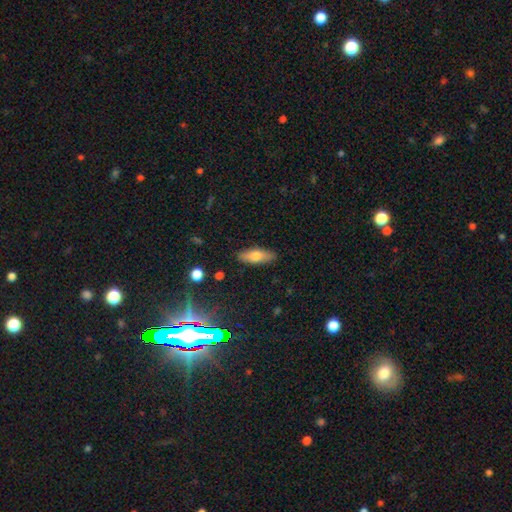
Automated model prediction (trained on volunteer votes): A smooth galaxy with no disk features (69%) that is in between round and cigar-shaped (66%).

Vote fractions:
- Smooth or featured? smooth: 69% / featured or disk: 23% / star or artifact: 7%
- How rounded? in between: 66% / cigar-shaped: 32% / round: 3%
- Merging? none: 88% / minor disturbance: 9% / major disturbance: 2% / merger: 1%